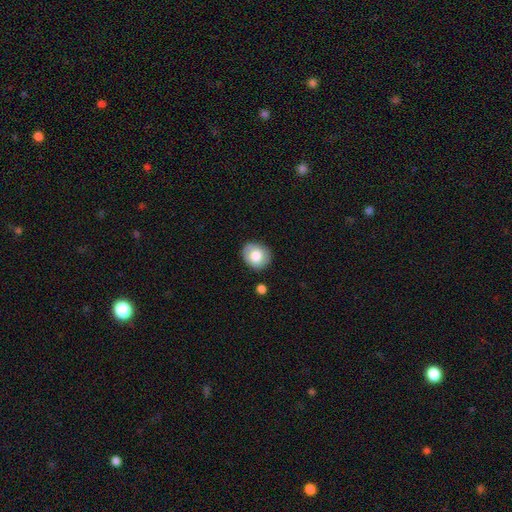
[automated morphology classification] Q: Smooth or featured?
A: smooth (77%); runner-up: featured or disk (15%)
Q: How rounded?
A: round (62%); runner-up: in between (37%)
Q: Merging?
A: none (82%); runner-up: minor disturbance (13%)